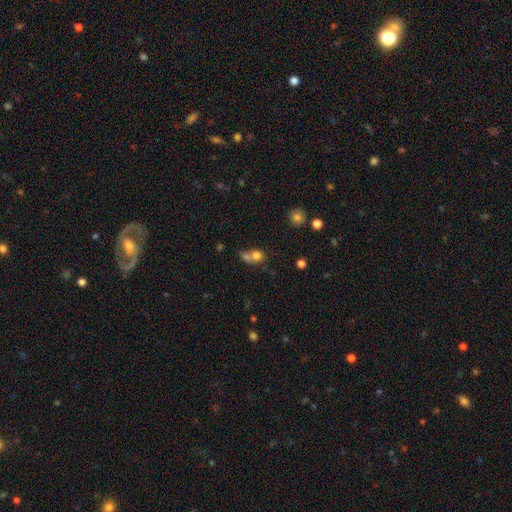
Smooth or featured?
  - smooth: 82% *
  - featured or disk: 10%
  - star or artifact: 8%
How rounded?
  - in between: 53% *
  - round: 44%
  - cigar-shaped: 3%
Merging?
  - merger: 44% *
  - none: 25%
  - major disturbance: 19%
  - minor disturbance: 11%